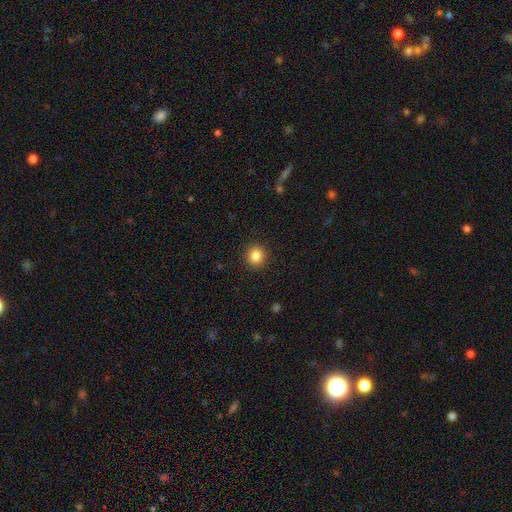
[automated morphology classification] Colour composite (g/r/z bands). It shows a smooth galaxy with no disk features (85%) that is round (89%). Merging: none (92%).